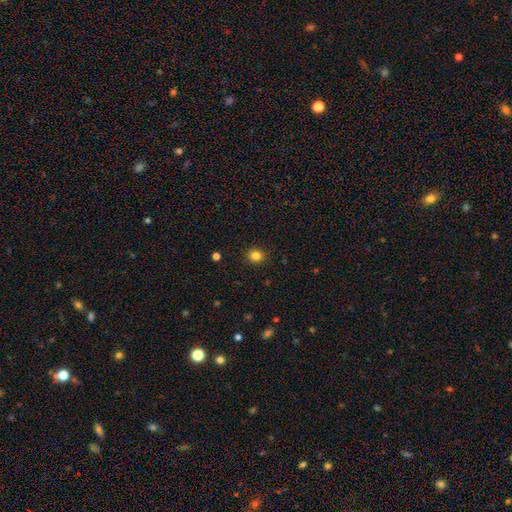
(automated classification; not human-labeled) This appears to be a smooth galaxy with no disk features (83%) that is round (82%). Merging: none (91%).